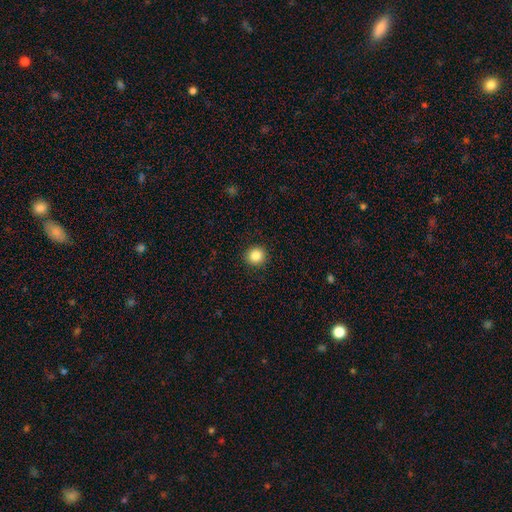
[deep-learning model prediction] Smooth or featured? Predicted: smooth (p=0.86). How rounded? Predicted: round (p=0.91). Merging? Predicted: none (p=0.92).